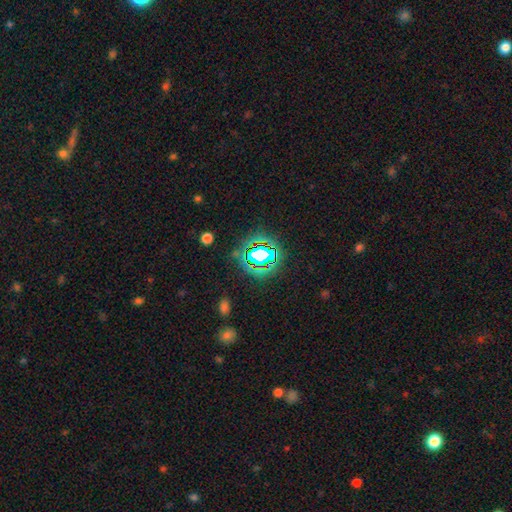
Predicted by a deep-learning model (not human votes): Overall: star or artifact (71%).